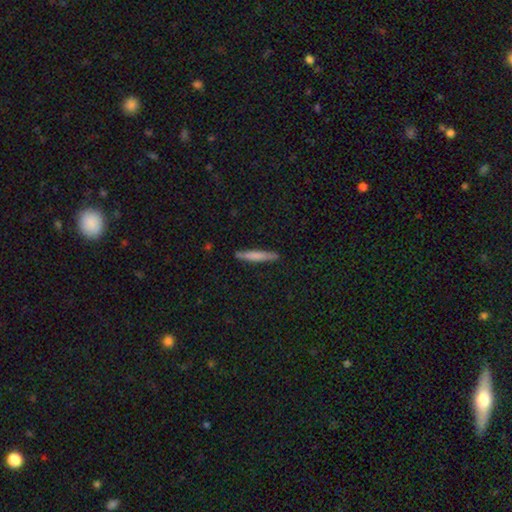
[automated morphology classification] This appears to be a smooth galaxy with no disk features (70%) that is cigar-shaped (95%). Merging: none (88%).